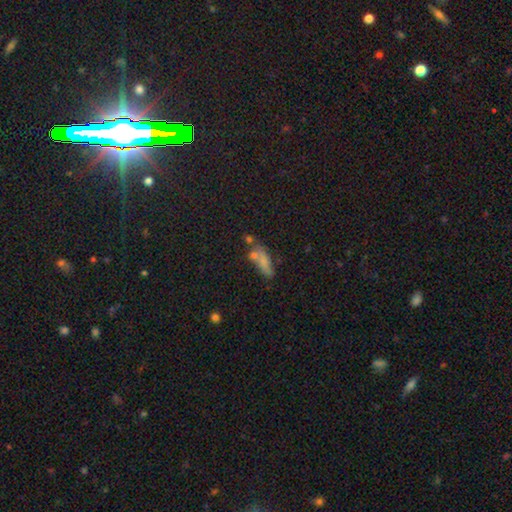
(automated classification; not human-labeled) The model was most divided on "how rounded": in between: 54%, cigar-shaped: 39%, round: 7%. More confident: smooth or featured — smooth (56%); merging — none (54%).